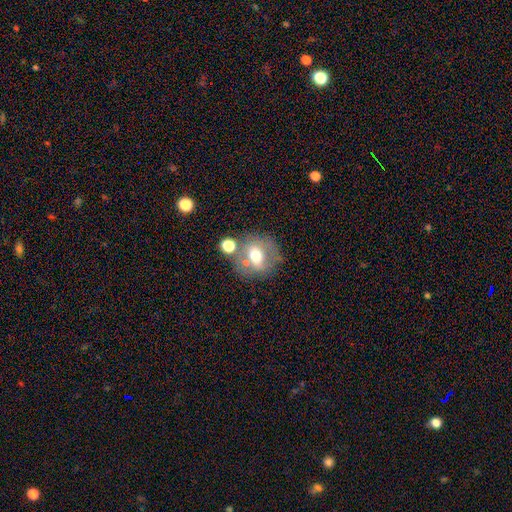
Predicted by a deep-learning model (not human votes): Morphology: type=smooth (50%); merging=none (60%).